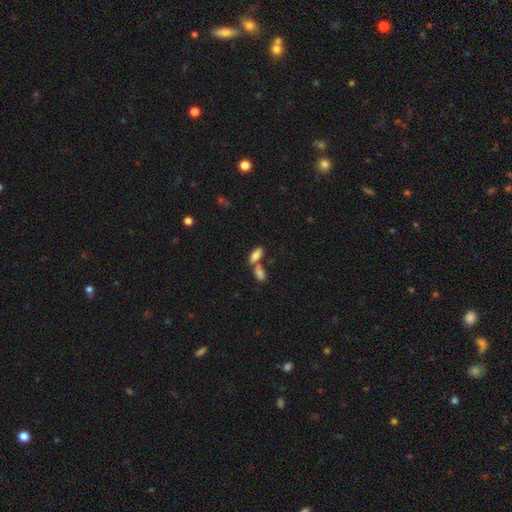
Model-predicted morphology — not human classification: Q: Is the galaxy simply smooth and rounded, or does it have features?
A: smooth — 80%.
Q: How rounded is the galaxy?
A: in between — 84%.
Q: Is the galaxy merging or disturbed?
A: merger — 48%.